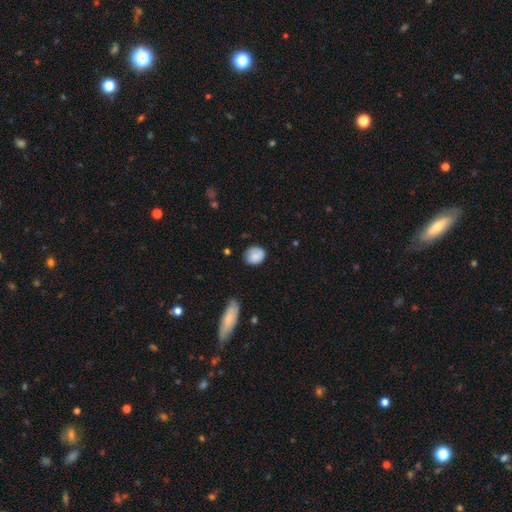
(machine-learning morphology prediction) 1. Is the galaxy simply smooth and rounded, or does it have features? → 80% smooth, 13% featured or disk, 8% star or artifact.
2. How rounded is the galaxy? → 60% round, 39% in between, 1% cigar-shaped.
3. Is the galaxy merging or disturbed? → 67% none, 26% minor disturbance, 5% major disturbance, 2% merger.